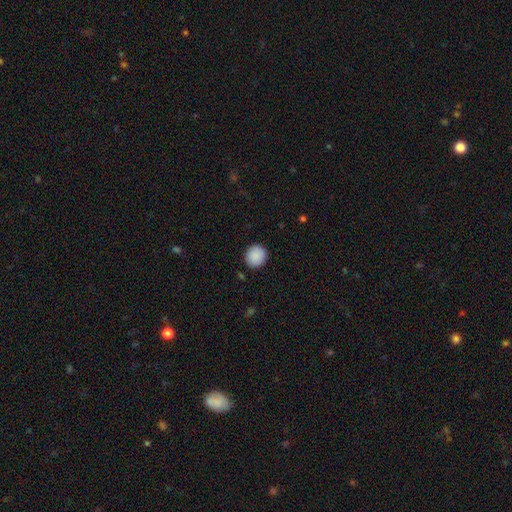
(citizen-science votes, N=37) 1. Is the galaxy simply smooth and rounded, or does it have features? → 92% smooth, 5% featured or disk, 3% star or artifact.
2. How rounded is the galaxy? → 88% round, 12% in between, 0% cigar-shaped.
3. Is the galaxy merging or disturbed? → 89% none, 6% minor disturbance, 6% major disturbance, 0% merger.